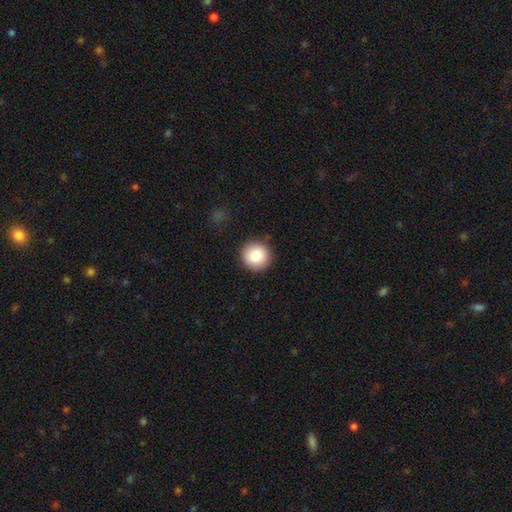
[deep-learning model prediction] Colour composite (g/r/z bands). It shows a smooth galaxy with no disk features (85%) that is round (95%). Merging: none (91%).